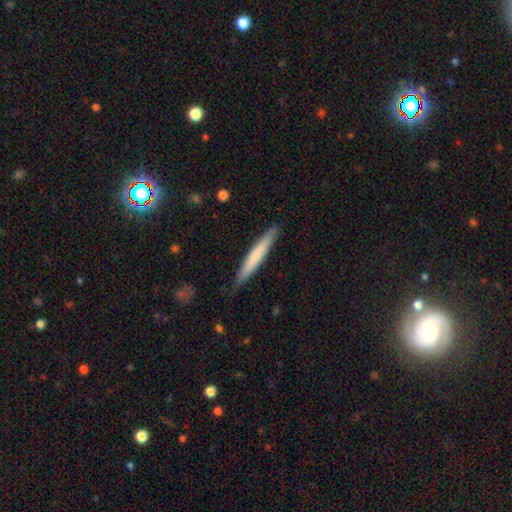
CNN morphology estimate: type=smooth (67%); roundness=cigar-shaped (95%); merging=none (85%).